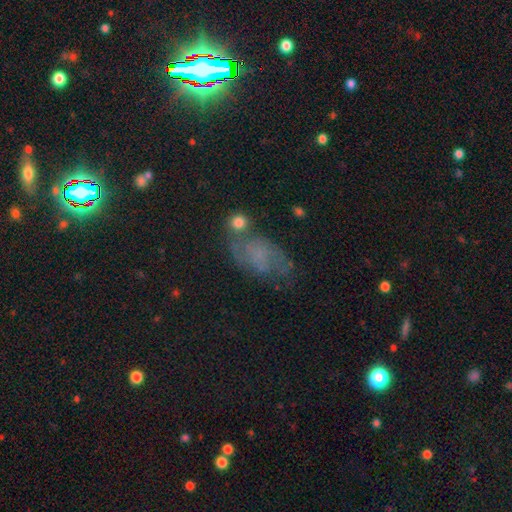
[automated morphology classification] Smooth or featured? featured or disk (43%)
Merging? none (49%)